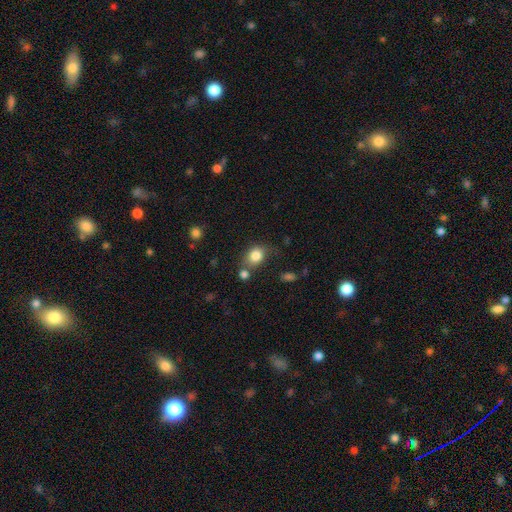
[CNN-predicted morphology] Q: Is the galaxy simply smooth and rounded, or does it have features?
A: smooth — 83%.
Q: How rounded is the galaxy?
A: round — 53%.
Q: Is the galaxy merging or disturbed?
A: none — 62%.